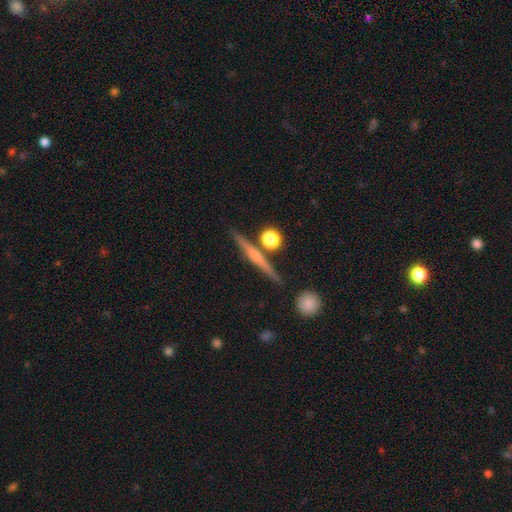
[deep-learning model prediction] A featured or disk galaxy (64%) viewed edge-on (97%) with a rounded central bulge (52%).

Vote fractions:
- Smooth or featured? featured or disk: 64% / smooth: 28% / star or artifact: 8%
- Edge-on disk? yes: 97% / no: 3%
- Edge-on bulge? rounded: 52% / none: 32% / boxy: 16%
- Merging? none: 84% / minor disturbance: 8% / merger: 5% / major disturbance: 2%